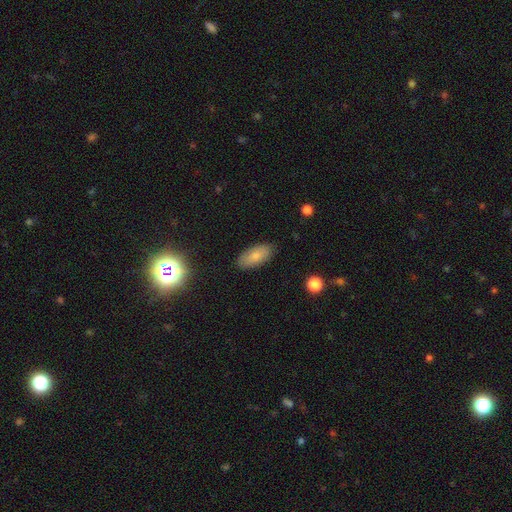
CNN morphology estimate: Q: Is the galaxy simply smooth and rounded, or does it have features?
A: smooth — 79%.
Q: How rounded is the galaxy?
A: in between — 90%.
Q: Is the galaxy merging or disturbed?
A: none — 86%.